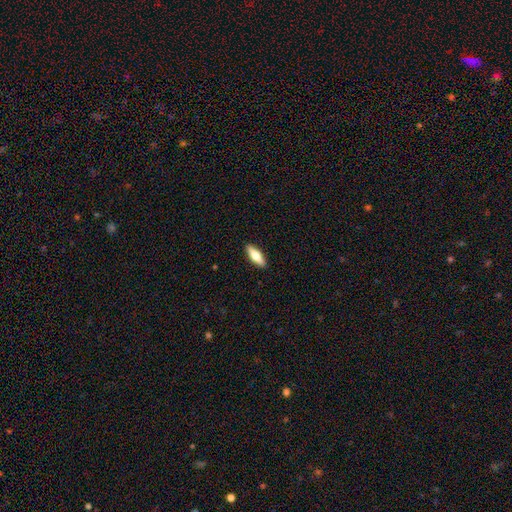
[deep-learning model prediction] Smooth or featured: smooth — 66% (featured or disk — 28%)
How rounded: in between — 54% (cigar-shaped — 44%)
Merging: none — 90% (minor disturbance — 7%)